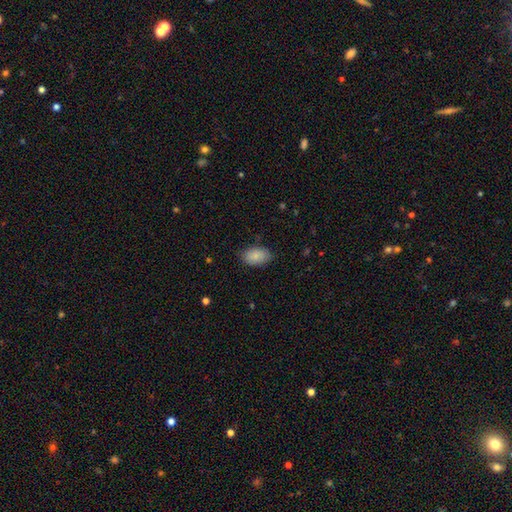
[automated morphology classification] Smooth or featured?
  - smooth: 85% *
  - featured or disk: 9%
  - star or artifact: 7%
How rounded?
  - in between: 92% *
  - round: 7%
  - cigar-shaped: 1%
Merging?
  - none: 80% *
  - minor disturbance: 16%
  - major disturbance: 3%
  - merger: 1%